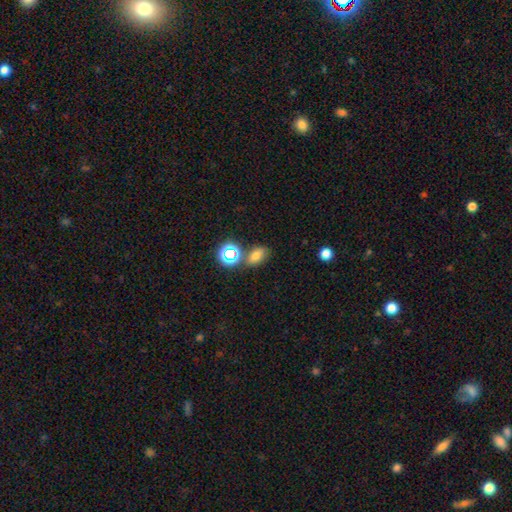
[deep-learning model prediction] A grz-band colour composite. It shows a smooth galaxy with no disk features (66%) that is in between round and cigar-shaped (78%). Merging: none (70%).